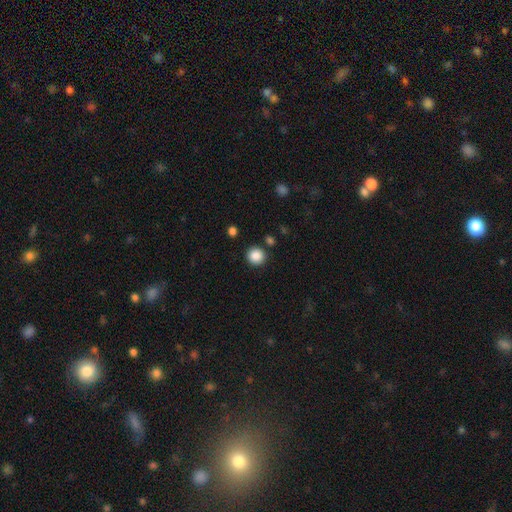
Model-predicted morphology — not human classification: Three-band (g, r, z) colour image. It shows a smooth galaxy with no disk features (88%) that is round (91%). Merging: none (87%).